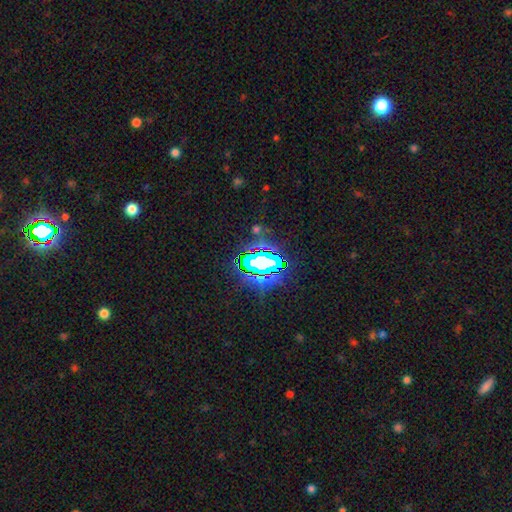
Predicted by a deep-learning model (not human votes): This is likely a star or artifact rather than a galaxy (77%).